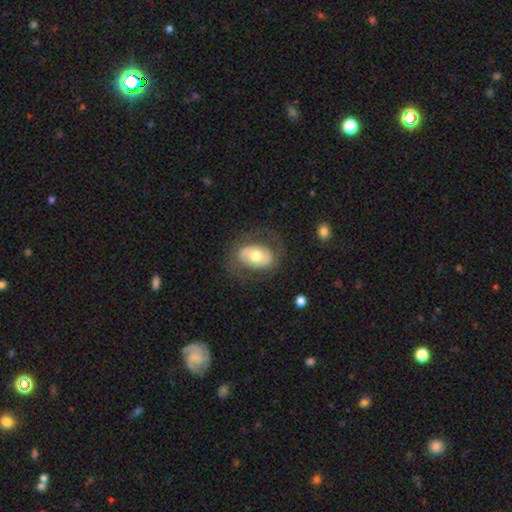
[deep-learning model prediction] A featured or disk galaxy (53%).

Vote fractions:
- Smooth or featured? featured or disk: 53% / smooth: 41% / star or artifact: 6%
- Edge-on disk? no: 94% / yes: 6%
- Merging? none: 68% / minor disturbance: 18% / major disturbance: 13% / merger: 1%